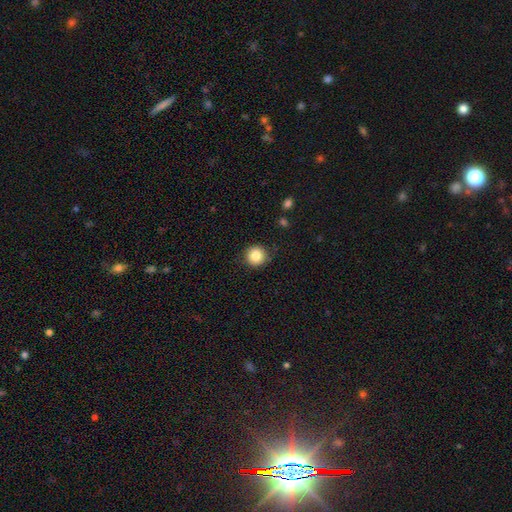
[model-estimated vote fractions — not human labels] This is clearly a smooth galaxy (83%). How rounded: clearly round (95%). Merging: clearly none (87%).